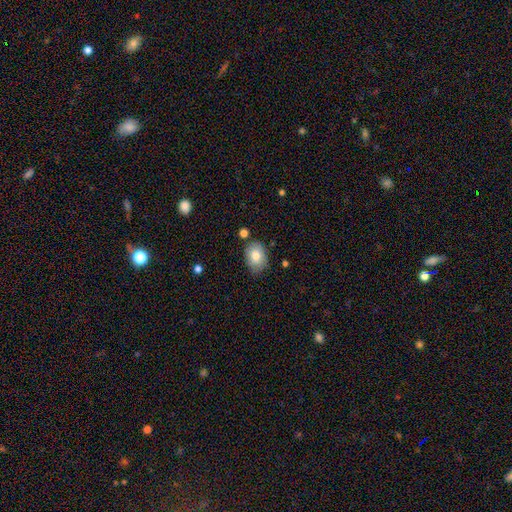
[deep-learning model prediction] Smooth or featured? Predicted: smooth (p=0.79). How rounded? Predicted: in between (p=0.69). Merging? Predicted: none (p=0.72).